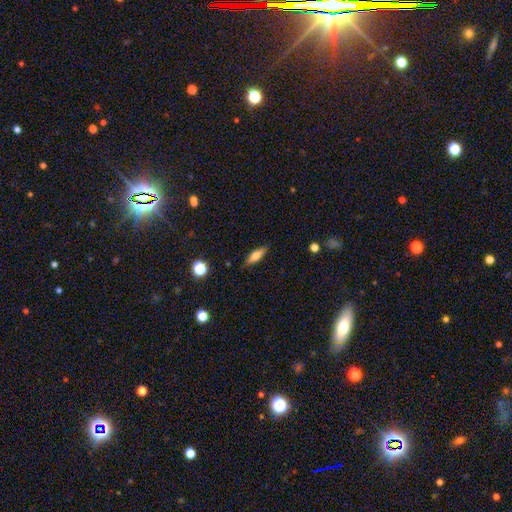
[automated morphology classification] Smooth or featured? smooth (65%)
How rounded? in between (55%)
Merging? none (84%)